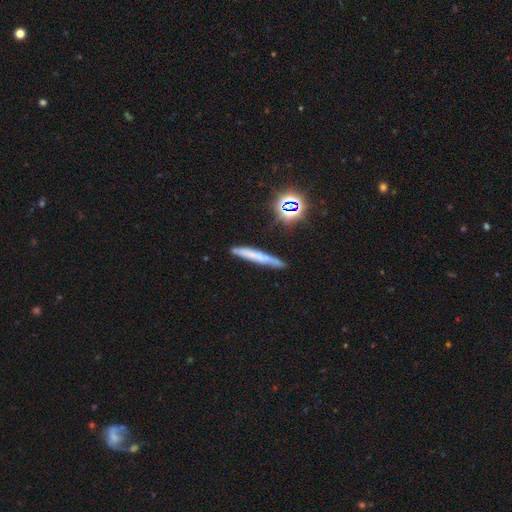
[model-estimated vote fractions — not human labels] This is possibly a smooth galaxy (52%). How rounded: clearly cigar-shaped (93%). Merging: likely none (78%).